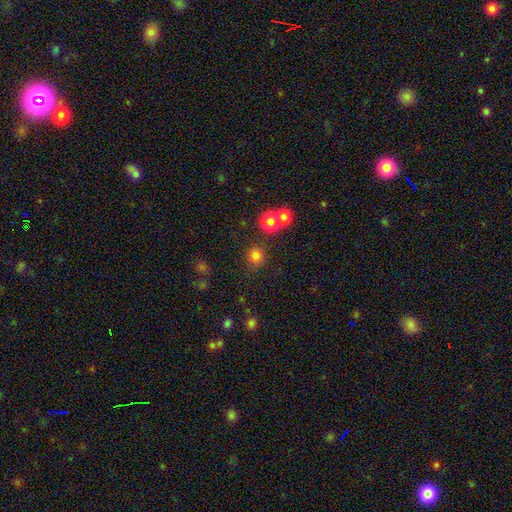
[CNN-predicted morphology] This is likely a smooth galaxy (75%). How rounded: clearly round (84%). Merging: likely none (73%).